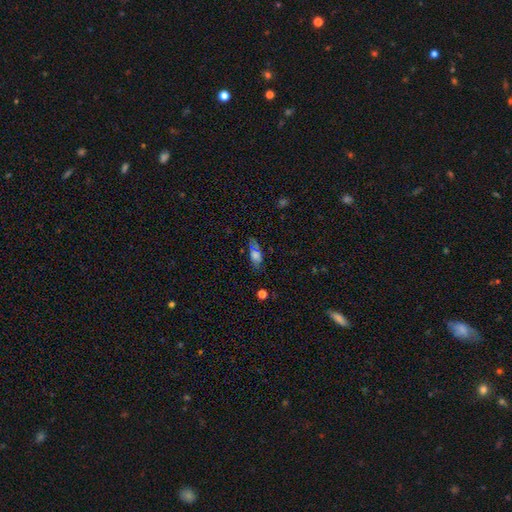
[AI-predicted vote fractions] smooth 63%, star or artifact 23%, featured or disk 14%. Down the decision tree: how rounded — in between (79%); merging — none (75%).